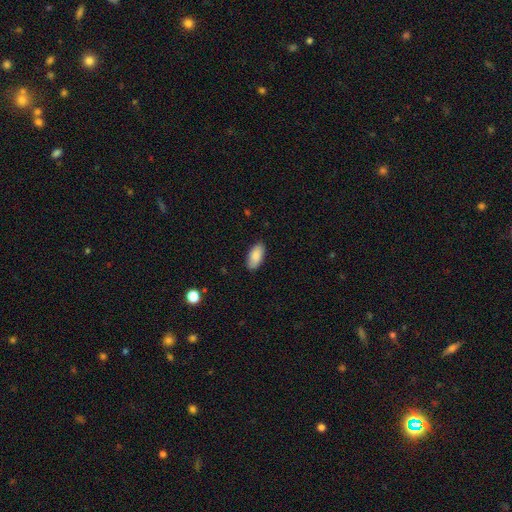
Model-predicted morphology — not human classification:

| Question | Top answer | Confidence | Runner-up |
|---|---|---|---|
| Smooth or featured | smooth | 88% | star or artifact (6%) |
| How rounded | in between | 91% | cigar-shaped (7%) |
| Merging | none | 87% | minor disturbance (10%) |